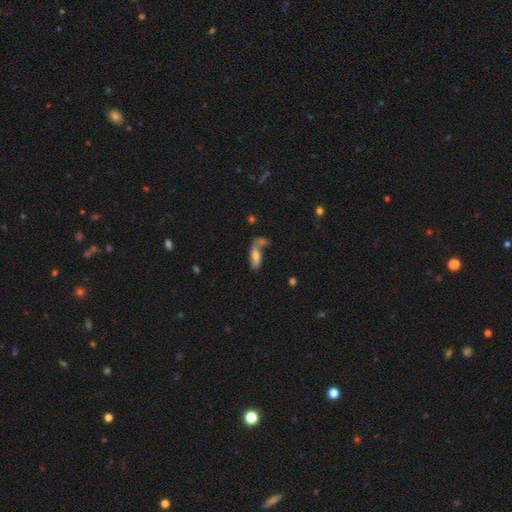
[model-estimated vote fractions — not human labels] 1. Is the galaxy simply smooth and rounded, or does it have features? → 66% smooth, 25% featured or disk, 9% star or artifact.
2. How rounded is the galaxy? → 69% in between, 28% cigar-shaped, 4% round.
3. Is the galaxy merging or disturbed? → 37% merger, 33% none, 15% major disturbance, 15% minor disturbance.